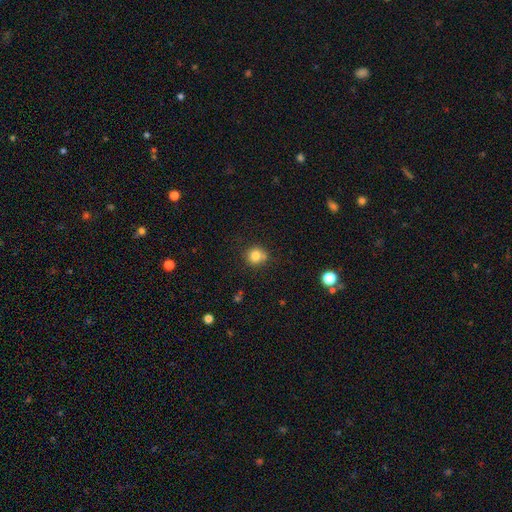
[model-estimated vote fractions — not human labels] smooth 81%, star or artifact 11%, featured or disk 8%. Down the decision tree: how rounded — round (88%); merging — none (68%).